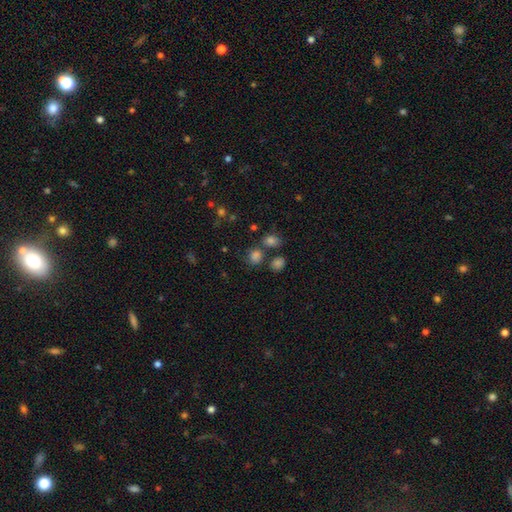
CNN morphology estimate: A smooth galaxy with no disk features (72%) that is round (75%). Merging: none (65%).